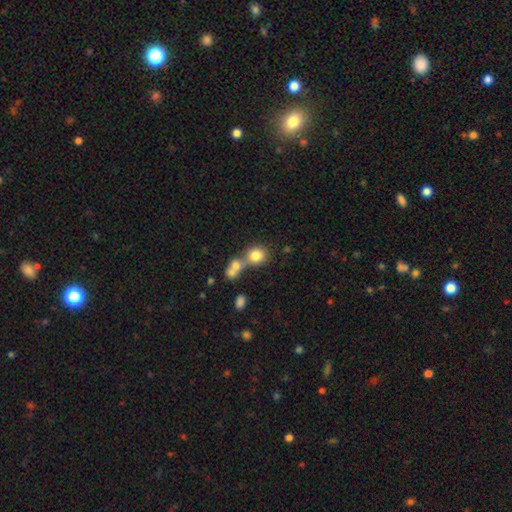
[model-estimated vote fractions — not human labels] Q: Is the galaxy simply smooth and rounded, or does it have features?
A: smooth — 79%.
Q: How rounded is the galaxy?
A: round — 75%.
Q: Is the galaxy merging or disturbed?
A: merger — 45%.